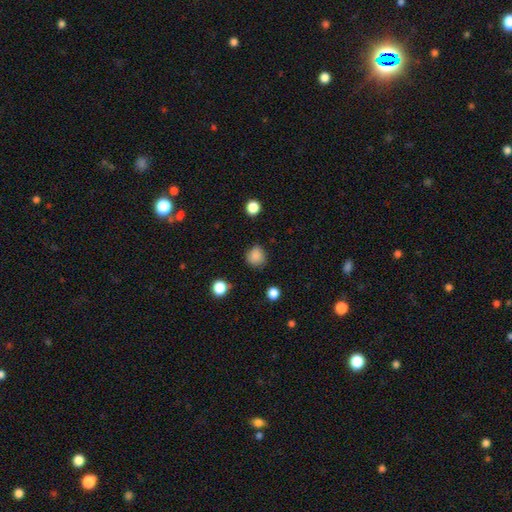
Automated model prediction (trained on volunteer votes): Smooth or featured: smooth — 85% (star or artifact — 11%)
How rounded: round — 85% (in between — 14%)
Merging: none — 77% (minor disturbance — 17%)